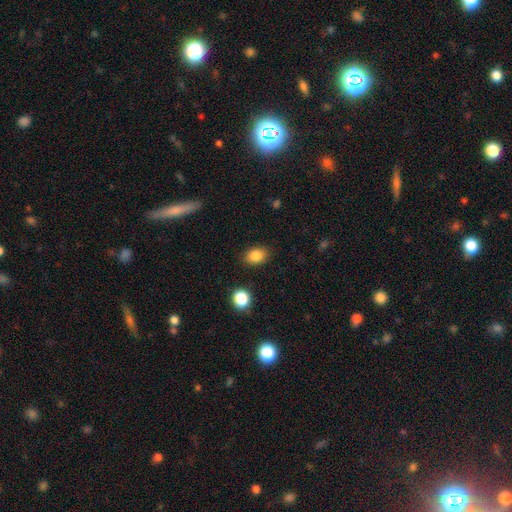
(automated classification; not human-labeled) Smooth or featured?
  - smooth: 85% *
  - star or artifact: 10%
  - featured or disk: 5%
How rounded?
  - in between: 77% *
  - round: 22%
  - cigar-shaped: 1%
Merging?
  - none: 86% *
  - minor disturbance: 10%
  - major disturbance: 3%
  - merger: 2%